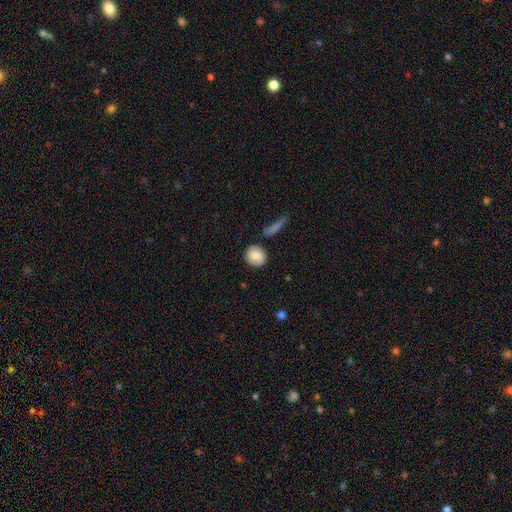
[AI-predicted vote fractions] This is likely a smooth galaxy (80%). How rounded: clearly round (84%). Merging: clearly none (81%).